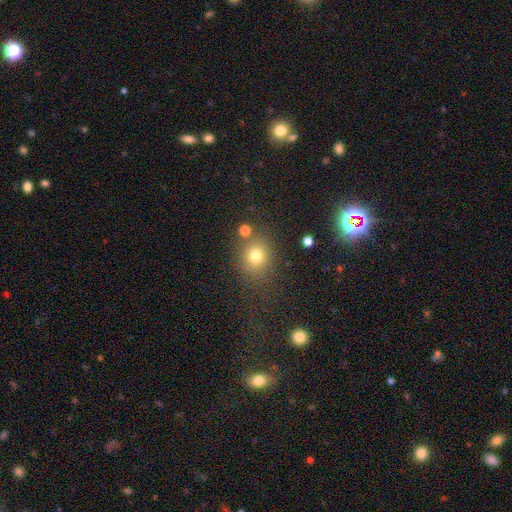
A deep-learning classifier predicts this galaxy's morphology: A smooth galaxy with no disk features (75%) that is round (77%).

Vote fractions:
- Smooth or featured? smooth: 75% / star or artifact: 16% / featured or disk: 9%
- How rounded? round: 77% / in between: 22% / cigar-shaped: 1%
- Merging? none: 76% / minor disturbance: 12% / merger: 7% / major disturbance: 6%